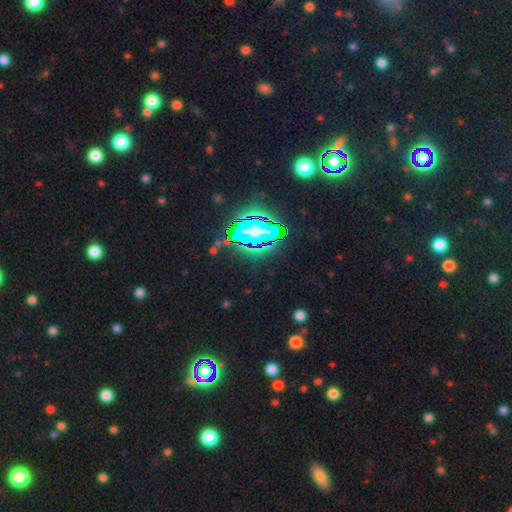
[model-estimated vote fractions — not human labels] Smooth or featured?
  - star or artifact: 70% *
  - smooth: 17%
  - featured or disk: 13%